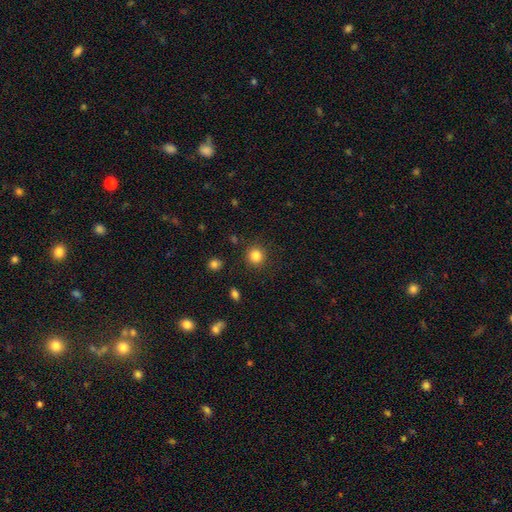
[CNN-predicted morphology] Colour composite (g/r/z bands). It shows a smooth galaxy with no disk features (84%) that is round (92%). Merging: none (89%).